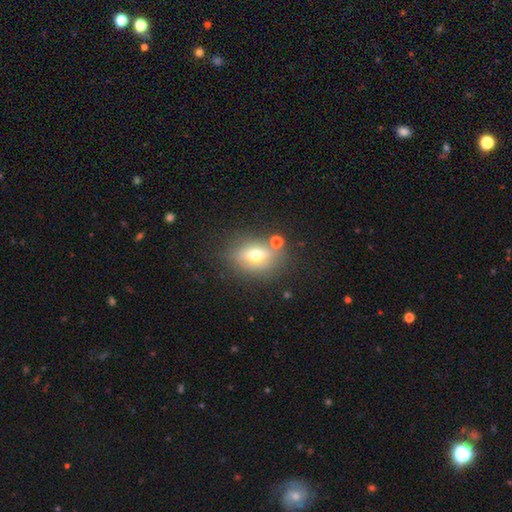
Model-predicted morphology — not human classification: Q: Smooth or featured?
A: smooth (55%); runner-up: featured or disk (32%)
Q: How rounded?
A: in between (65%); runner-up: round (30%)
Q: Merging?
A: none (70%); runner-up: minor disturbance (15%)